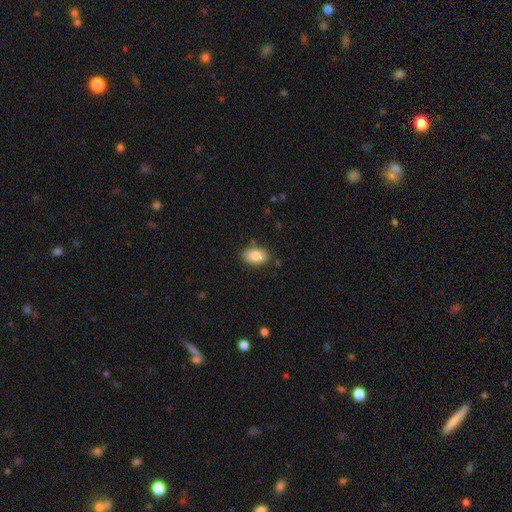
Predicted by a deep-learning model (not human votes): Smooth or featured? smooth (84%)
How rounded? in between (89%)
Merging? none (84%)